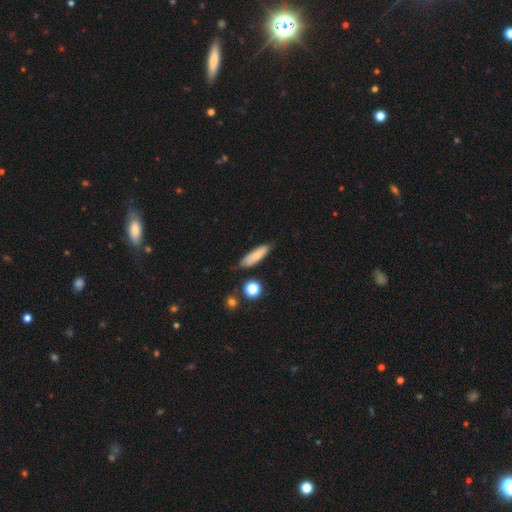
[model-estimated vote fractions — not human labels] The model was most divided on "how rounded": cigar-shaped: 60%, in between: 38%, round: 2%. More confident: smooth or featured — smooth (81%); merging — none (77%).